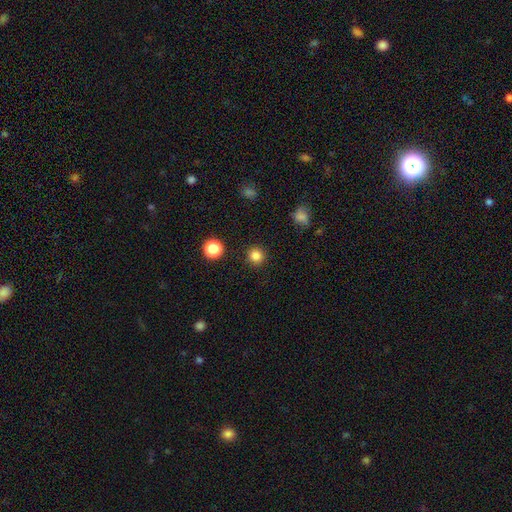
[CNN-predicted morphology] Smooth or featured? smooth (83%)
How rounded? round (94%)
Merging? none (91%)